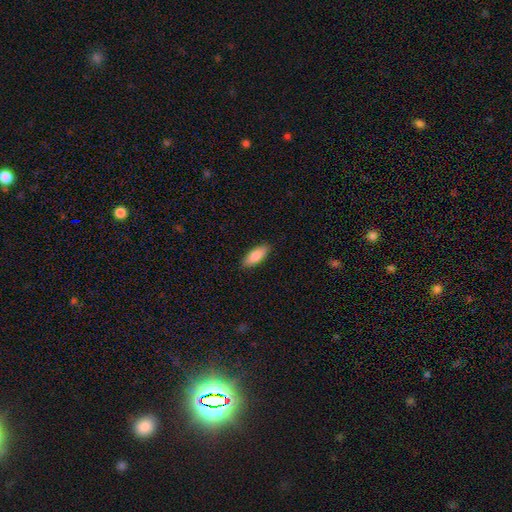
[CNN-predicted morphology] Q: Smooth or featured?
A: smooth (85%); runner-up: featured or disk (10%)
Q: How rounded?
A: in between (80%); runner-up: cigar-shaped (18%)
Q: Merging?
A: none (89%); runner-up: minor disturbance (8%)